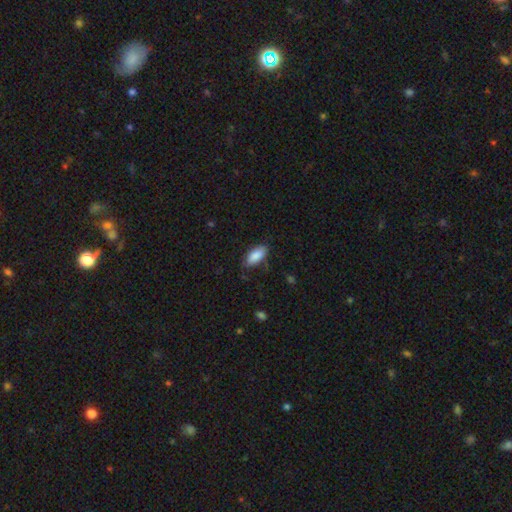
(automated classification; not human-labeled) smooth-or-featured: smooth: 86% | featured or disk: 8% | star or artifact: 6%
  how-rounded: in between: 88% | cigar-shaped: 10% | round: 2%
  merging: none: 74% | minor disturbance: 20% | major disturbance: 4% | merger: 1%